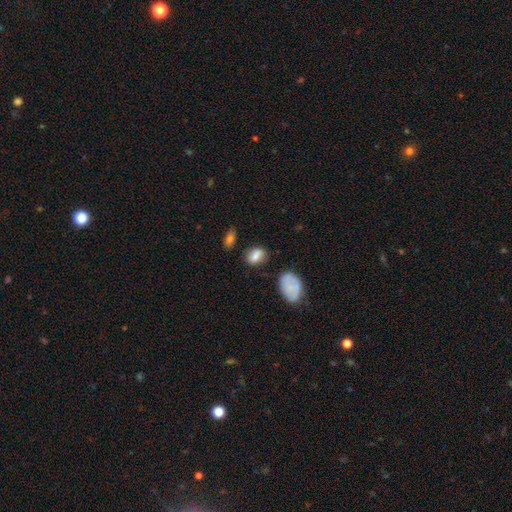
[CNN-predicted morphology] A smooth galaxy with no disk features (81%) that is in between round and cigar-shaped (82%).

Vote fractions:
- Smooth or featured? smooth: 81% / featured or disk: 10% / star or artifact: 9%
- How rounded? in between: 82% / round: 15% / cigar-shaped: 2%
- Merging? none: 73% / minor disturbance: 17% / merger: 6% / major disturbance: 4%